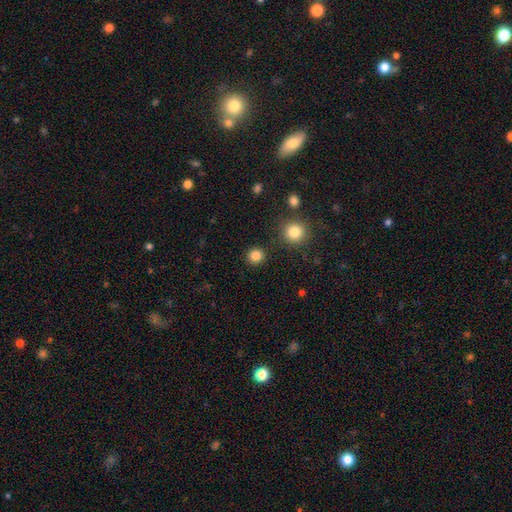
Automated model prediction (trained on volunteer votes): Smooth or featured?
  - smooth: 84% *
  - star or artifact: 13%
  - featured or disk: 4%
How rounded?
  - round: 93% *
  - in between: 6%
  - cigar-shaped: 1%
Merging?
  - none: 90% *
  - minor disturbance: 5%
  - major disturbance: 2%
  - merger: 2%